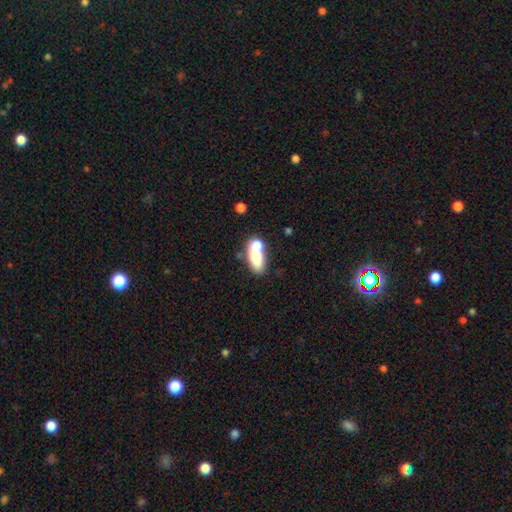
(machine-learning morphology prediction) A smooth galaxy with no disk features (69%) that is in between round and cigar-shaped (79%).

Vote fractions:
- Smooth or featured? smooth: 69% / featured or disk: 23% / star or artifact: 8%
- How rounded? in between: 79% / cigar-shaped: 13% / round: 7%
- Merging? merger: 46% / none: 35% / minor disturbance: 12% / major disturbance: 7%